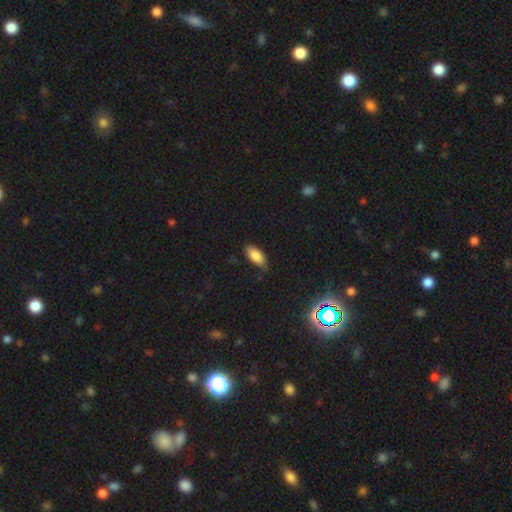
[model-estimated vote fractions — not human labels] Morphology: type=smooth (85%); roundness=in between (87%); merging=none (76%).